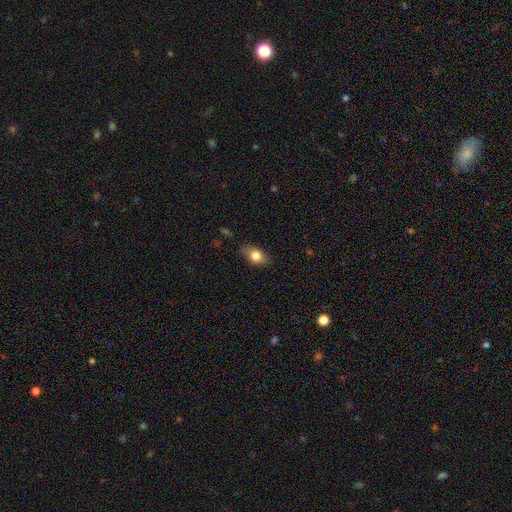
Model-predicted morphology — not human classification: smooth 76%, featured or disk 17%, star or artifact 8%. Down the decision tree: how rounded — in between (83%); merging — none (82%).